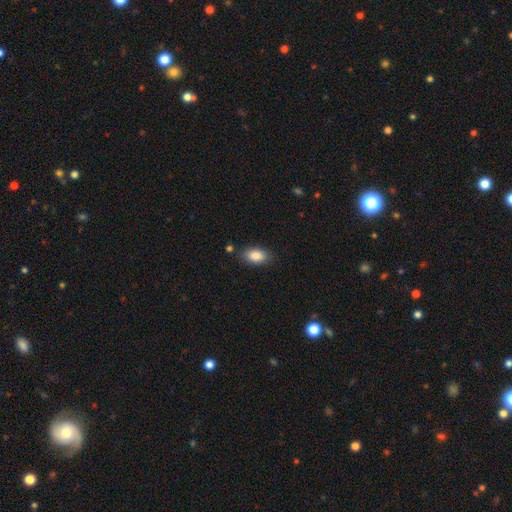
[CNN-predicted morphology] smooth-or-featured: smooth: 87% | star or artifact: 7% | featured or disk: 6%
  how-rounded: in between: 92% | round: 5% | cigar-shaped: 3%
  merging: none: 82% | minor disturbance: 12% | merger: 3% | major disturbance: 3%